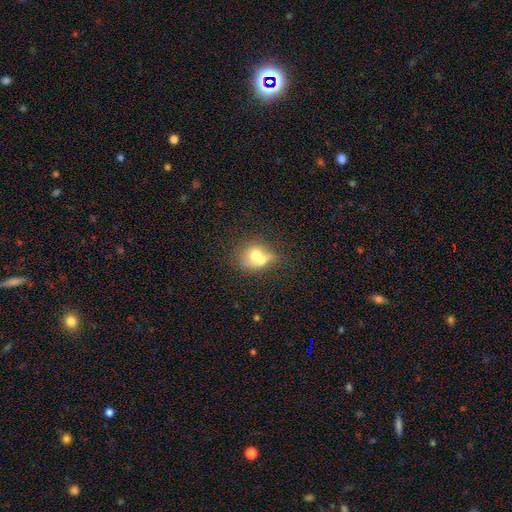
smooth 62%, featured or disk 28%, star or artifact 10%. Down the decision tree: how rounded — round (67%); merging — merger (63%).